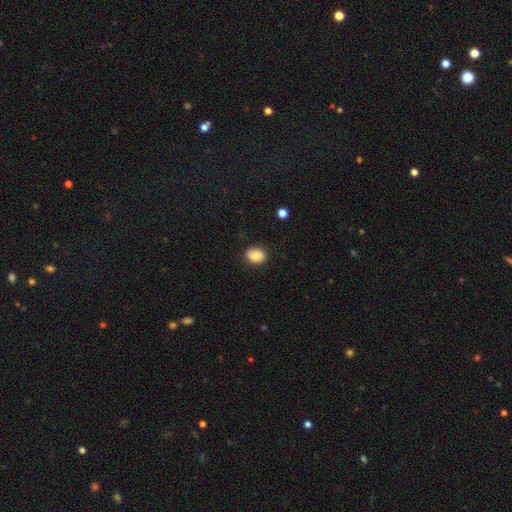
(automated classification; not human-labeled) smooth_or_featured: smooth (p=0.84) [alt: star or artifact p=0.09]
how_rounded: round (p=0.54) [alt: in between p=0.45]
merging: none (p=0.85) [alt: minor disturbance p=0.11]